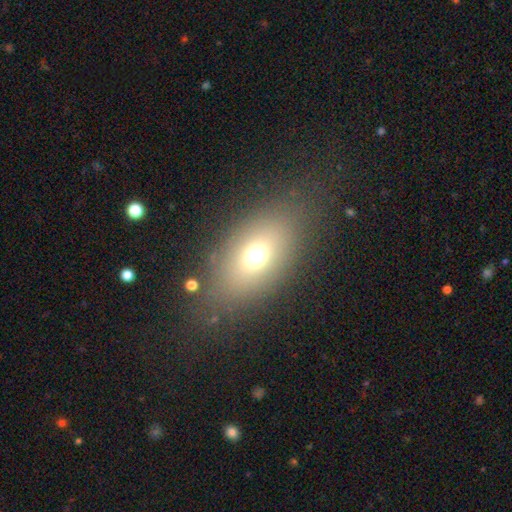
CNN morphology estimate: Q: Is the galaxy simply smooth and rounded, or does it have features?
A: smooth — 67%.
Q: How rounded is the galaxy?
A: in between — 77%.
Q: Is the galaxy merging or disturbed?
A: none — 77%.